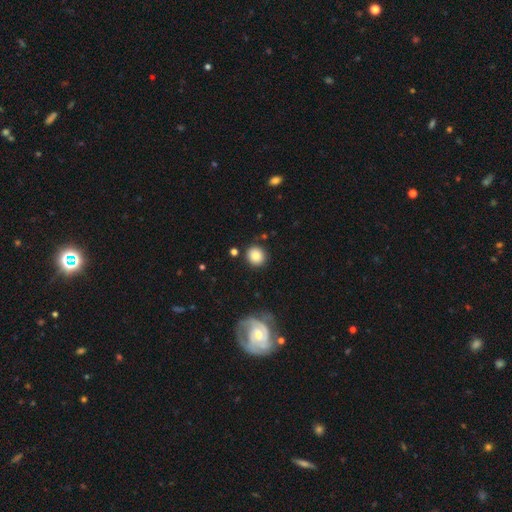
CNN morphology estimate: Smooth or featured? smooth (84%)
How rounded? round (86%)
Merging? none (86%)